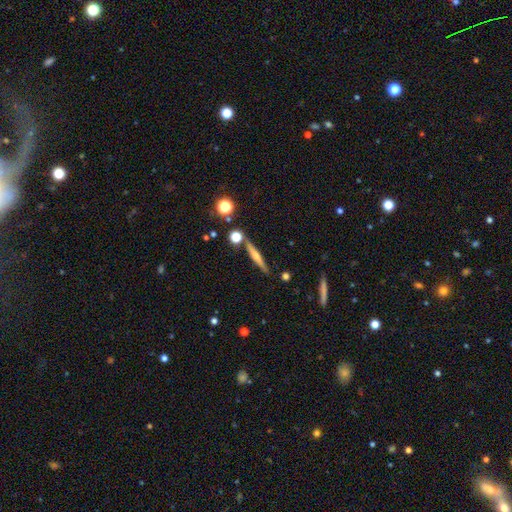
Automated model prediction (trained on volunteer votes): Q: Smooth or featured?
A: featured or disk (52%); runner-up: smooth (40%)
Q: Edge-on disk?
A: yes (96%); runner-up: no (4%)
Q: Merging?
A: none (82%); runner-up: minor disturbance (9%)